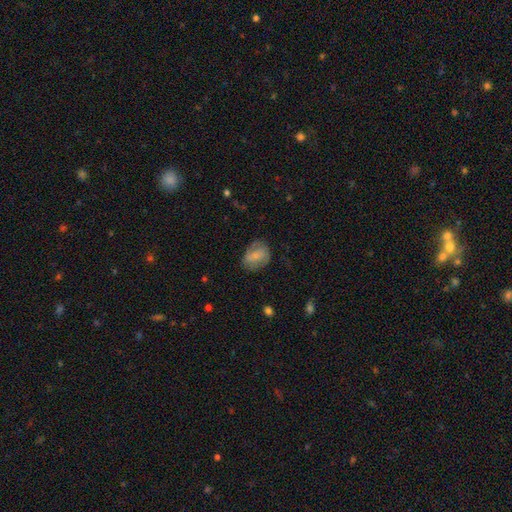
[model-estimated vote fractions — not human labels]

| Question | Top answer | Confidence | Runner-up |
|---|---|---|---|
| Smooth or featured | smooth | 56% | featured or disk (36%) |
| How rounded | in between | 63% | round (36%) |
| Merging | none | 65% | minor disturbance (24%) |